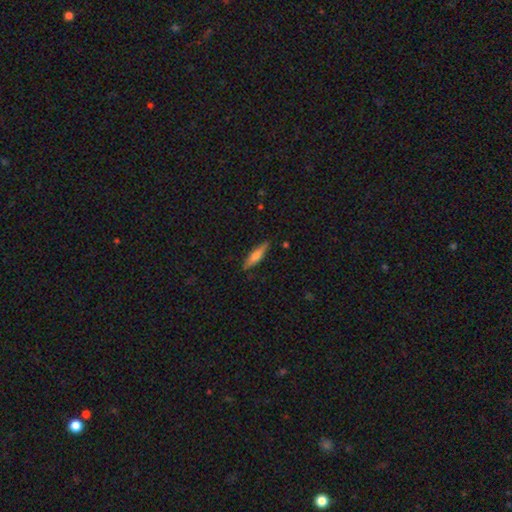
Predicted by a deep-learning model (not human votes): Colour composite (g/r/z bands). It shows a smooth galaxy with no disk features (55%) that is cigar-shaped (79%). Merging: none (86%).